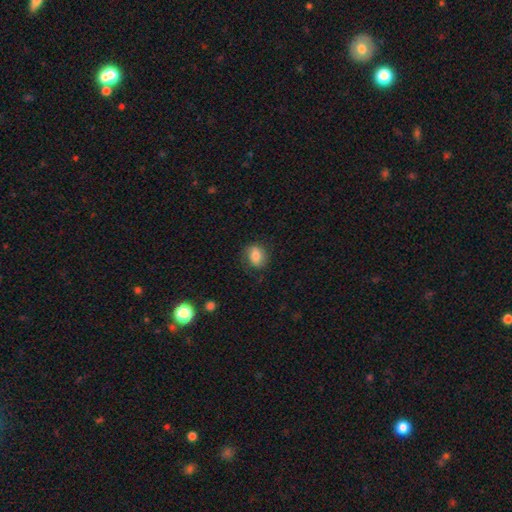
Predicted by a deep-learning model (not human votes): Smooth or featured?
  - smooth: 77% *
  - featured or disk: 14%
  - star or artifact: 9%
How rounded?
  - in between: 56% *
  - round: 43%
  - cigar-shaped: 1%
Merging?
  - none: 73% *
  - minor disturbance: 19%
  - major disturbance: 7%
  - merger: 1%